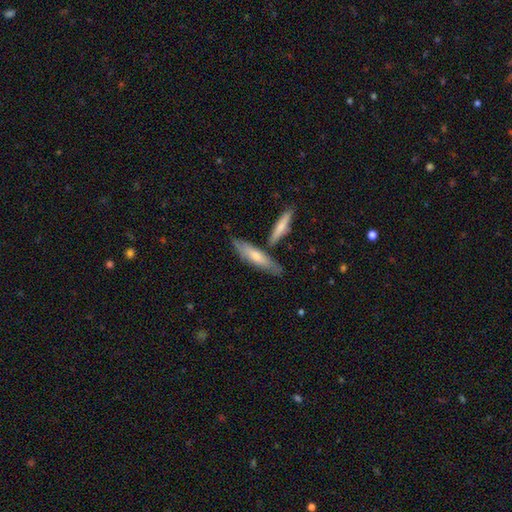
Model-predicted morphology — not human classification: smooth-or-featured: smooth: 52% | featured or disk: 42% | star or artifact: 6%
  how-rounded: cigar-shaped: 72% | in between: 25% | round: 2%
  merging: none: 70% | minor disturbance: 14% | merger: 13% | major disturbance: 3%